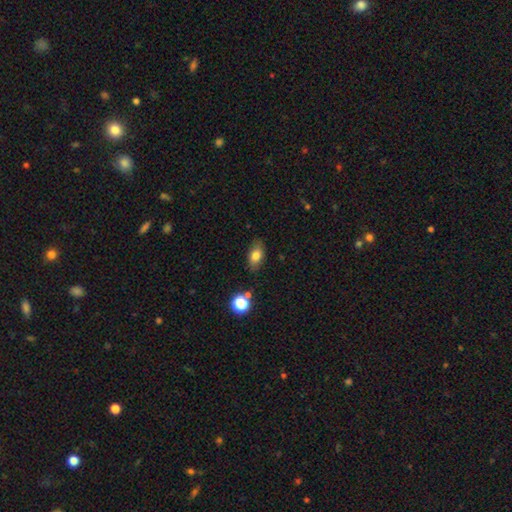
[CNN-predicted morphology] Smooth or featured? Predicted: smooth (p=0.79). How rounded? Predicted: in between (p=0.84). Merging? Predicted: none (p=0.81).